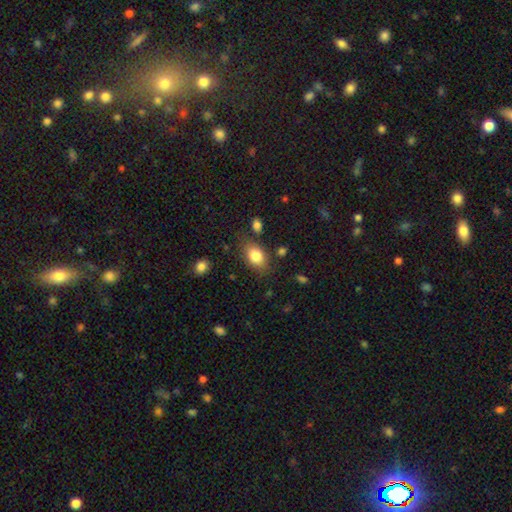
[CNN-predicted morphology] This is clearly a smooth galaxy (83%). How rounded: clearly in between (84%). Merging: likely none (76%).